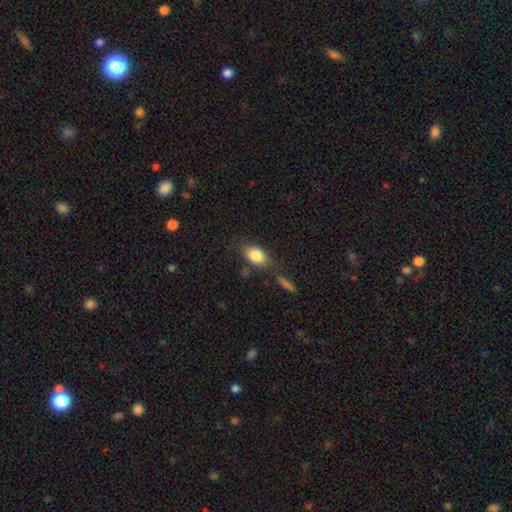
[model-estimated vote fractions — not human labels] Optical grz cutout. It shows a smooth galaxy with no disk features (84%) that is in between round and cigar-shaped (85%). Merging: none (73%).